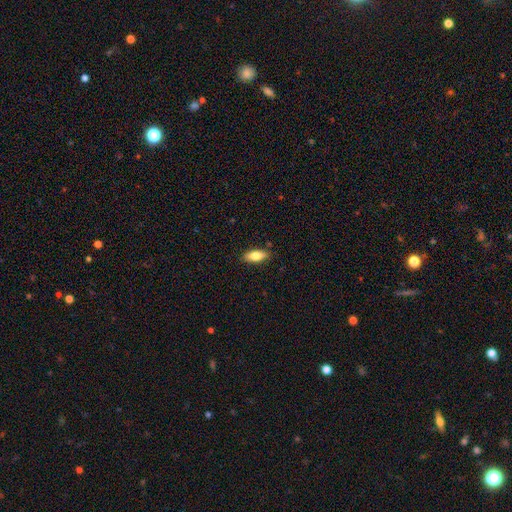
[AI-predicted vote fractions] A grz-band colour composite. It shows a smooth galaxy with no disk features (77%) that is in between round and cigar-shaped (77%). Merging: none (87%).